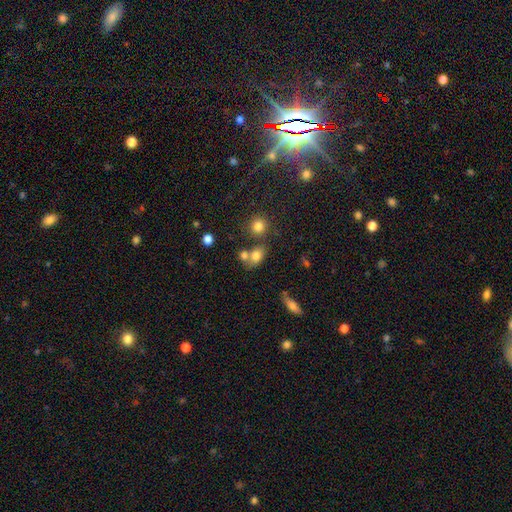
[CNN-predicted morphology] Smooth or featured? Predicted: smooth (p=0.76). How rounded? Predicted: in between (p=0.67). Merging? Predicted: none (p=0.47).